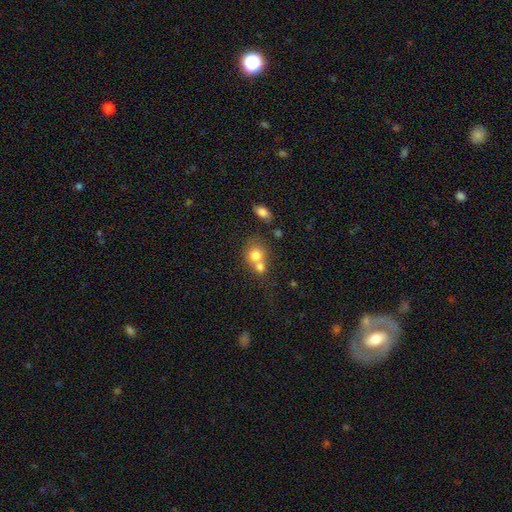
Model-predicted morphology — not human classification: A smooth galaxy with no disk features (75%) that is round (76%). Merging: merger (59%).